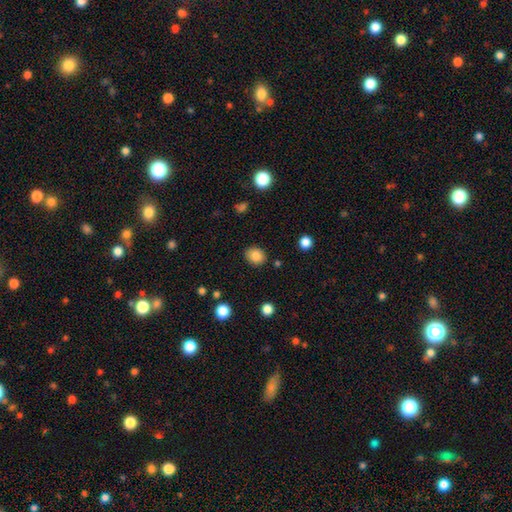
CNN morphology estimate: smooth 84%, star or artifact 10%, featured or disk 6%. Down the decision tree: how rounded — round (59%); merging — none (85%).